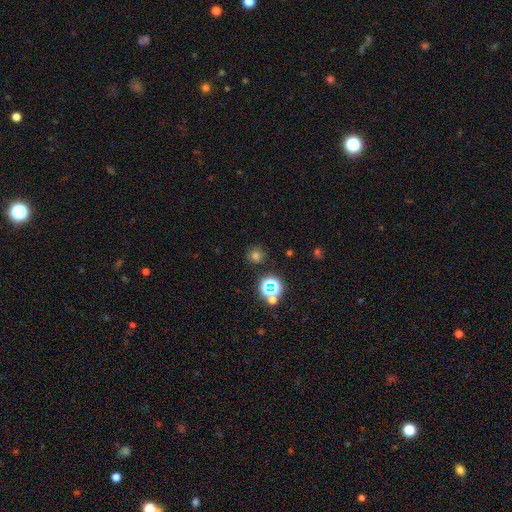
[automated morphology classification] Overall: smooth (62%; star or artifact 31%). How rounded: round (92%). Merging: none (85%).